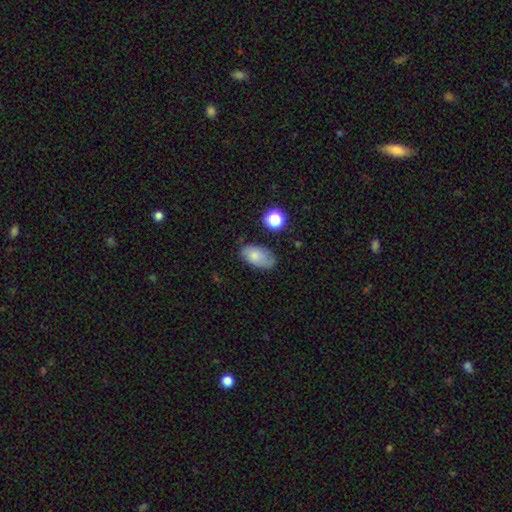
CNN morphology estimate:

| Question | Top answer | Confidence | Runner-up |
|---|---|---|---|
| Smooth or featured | smooth | 76% | featured or disk (15%) |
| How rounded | in between | 92% | round (6%) |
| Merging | none | 67% | minor disturbance (24%) |